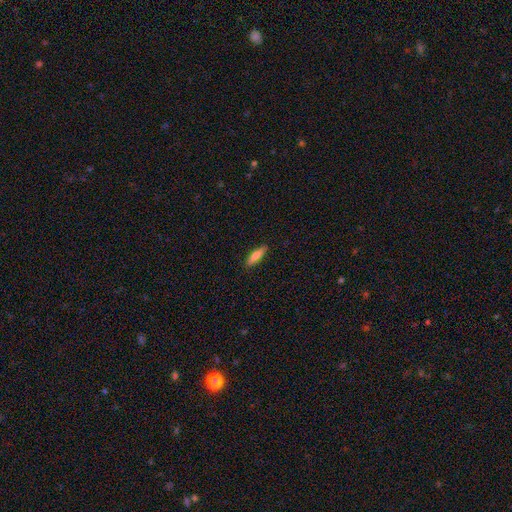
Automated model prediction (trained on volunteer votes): Smooth or featured? smooth (74%)
How rounded? cigar-shaped (69%)
Merging? none (88%)